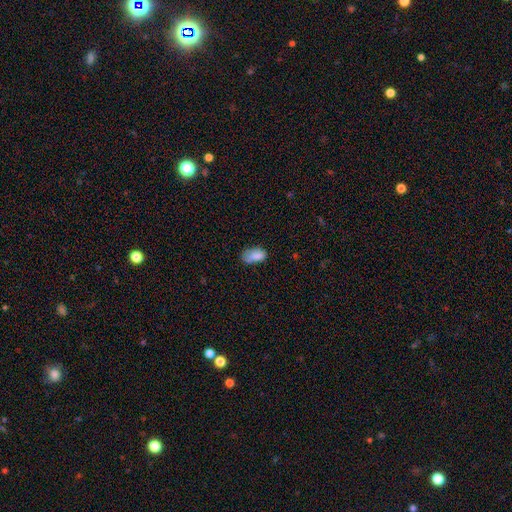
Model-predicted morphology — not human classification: Smooth or featured? Predicted: smooth (p=0.80). How rounded? Predicted: in between (p=0.92). Merging? Predicted: none (p=0.54).